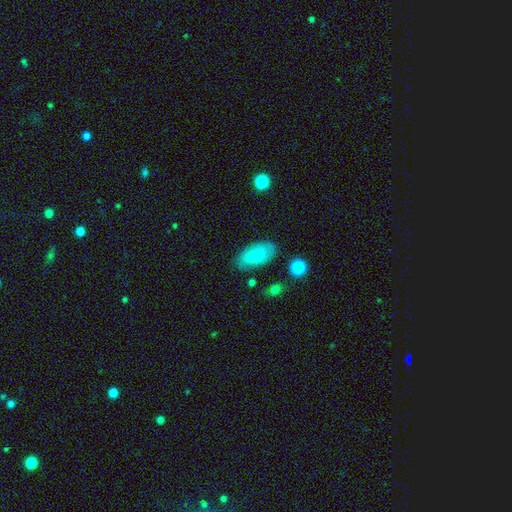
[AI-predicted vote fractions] Overall: smooth (66%; featured or disk 26%). How rounded: in between (93%). Merging: none (75%).